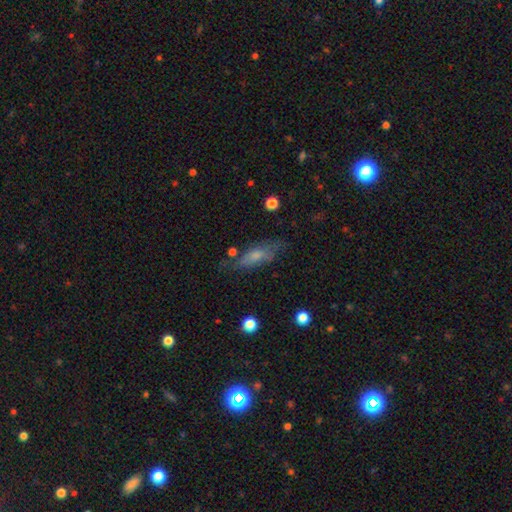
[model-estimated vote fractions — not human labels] This appears to be a smooth galaxy with no disk features (60%) that is in between round and cigar-shaped (56%). Merging: none (60%).